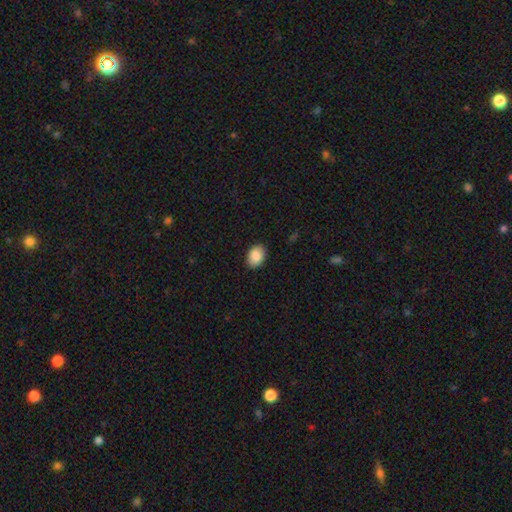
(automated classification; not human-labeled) smooth-or-featured: smooth: 87% | star or artifact: 7% | featured or disk: 6%
  how-rounded: in between: 73% | round: 26% | cigar-shaped: 1%
  merging: none: 88% | minor disturbance: 9% | major disturbance: 2% | merger: 1%